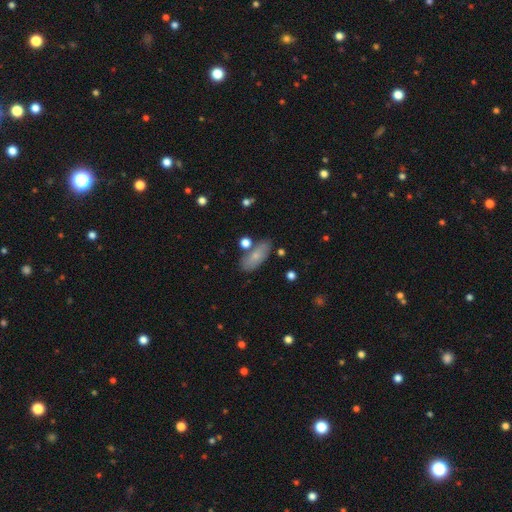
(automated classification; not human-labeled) A smooth galaxy with no disk features (75%) that is in between round and cigar-shaped (80%). Merging: none (74%).